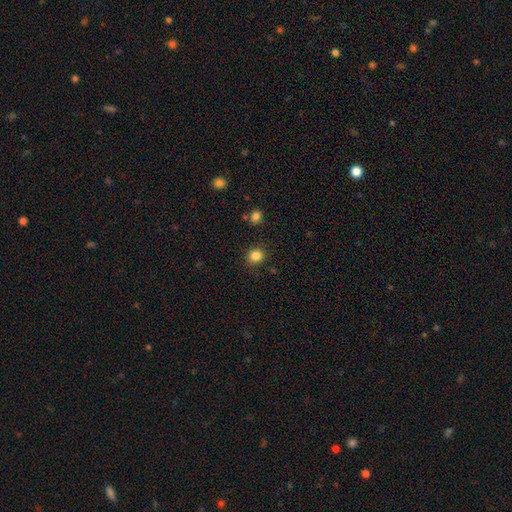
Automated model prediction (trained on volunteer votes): smooth-or-featured: smooth: 84% | star or artifact: 11% | featured or disk: 4%
  how-rounded: round: 84% | in between: 15% | cigar-shaped: 1%
  merging: none: 88% | minor disturbance: 7% | major disturbance: 2% | merger: 2%